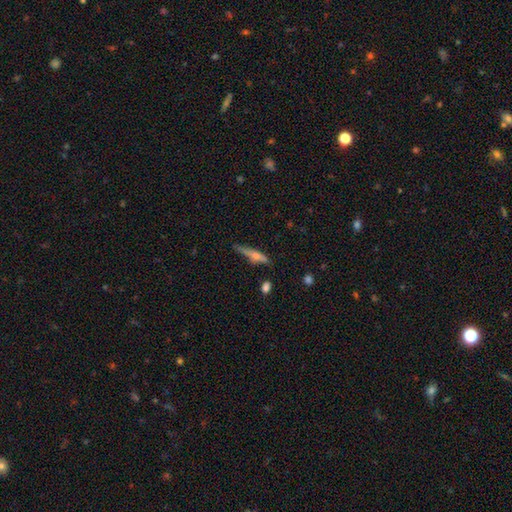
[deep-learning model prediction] smooth-or-featured: featured or disk: 55% | smooth: 37% | star or artifact: 9%
  disk-edge-on: yes: 93% | no: 7%
    edge-on-bulge: rounded: 80% | none: 13% | boxy: 7%
  merging: none: 70% | minor disturbance: 21% | major disturbance: 5% | merger: 3%